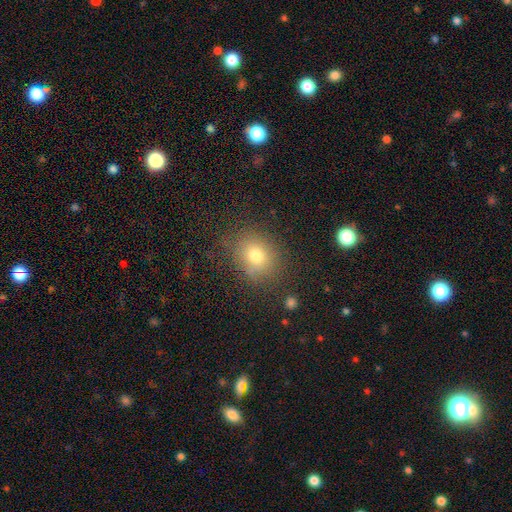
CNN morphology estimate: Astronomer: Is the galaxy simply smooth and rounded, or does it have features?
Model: smooth — 75%.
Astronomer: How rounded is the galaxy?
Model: round — 63%.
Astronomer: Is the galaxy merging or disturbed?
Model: none — 78%.